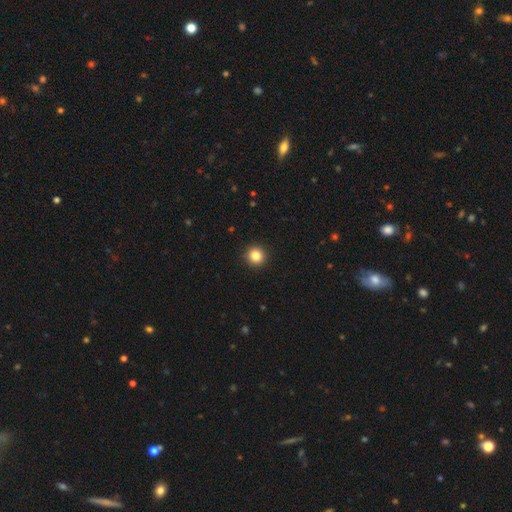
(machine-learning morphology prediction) A smooth galaxy with no disk features (84%) that is round (95%).

Vote fractions:
- Smooth or featured? smooth: 84% / star or artifact: 11% / featured or disk: 5%
- How rounded? round: 95% / in between: 4% / cigar-shaped: 1%
- Merging? none: 93% / minor disturbance: 4% / major disturbance: 2% / merger: 1%